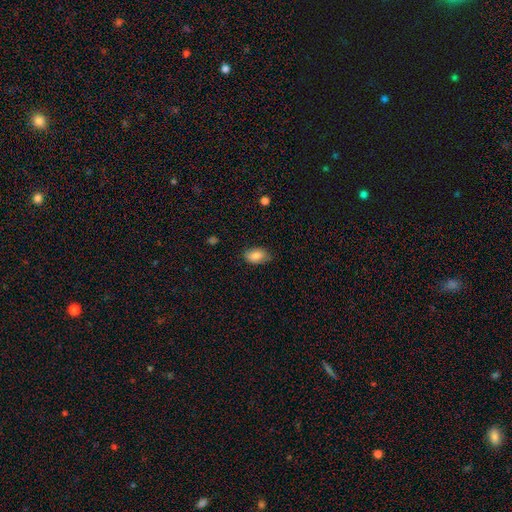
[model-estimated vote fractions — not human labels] Smooth or featured? smooth (84%)
How rounded? in between (89%)
Merging? none (74%)